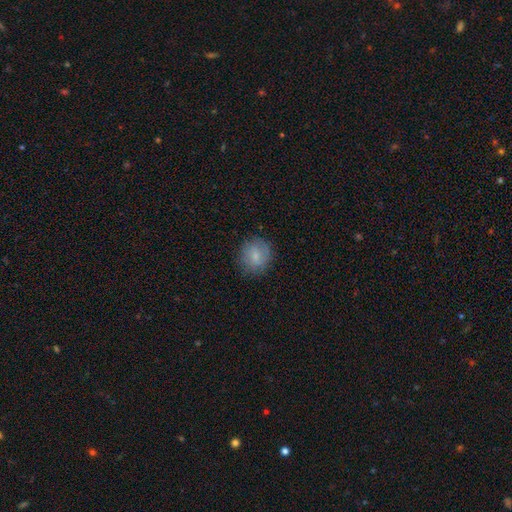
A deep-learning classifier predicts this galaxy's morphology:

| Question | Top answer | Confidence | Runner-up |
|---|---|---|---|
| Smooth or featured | smooth | 79% | featured or disk (13%) |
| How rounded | round | 81% | in between (18%) |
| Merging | none | 80% | minor disturbance (14%) |